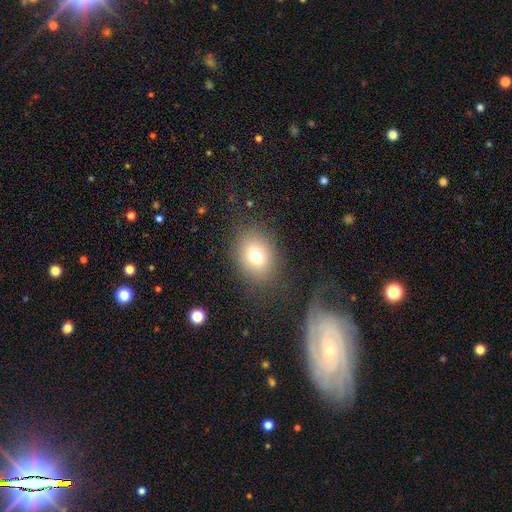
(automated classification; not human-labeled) Morphology: type=smooth (72%); roundness=in between (59%); merging=none (81%).